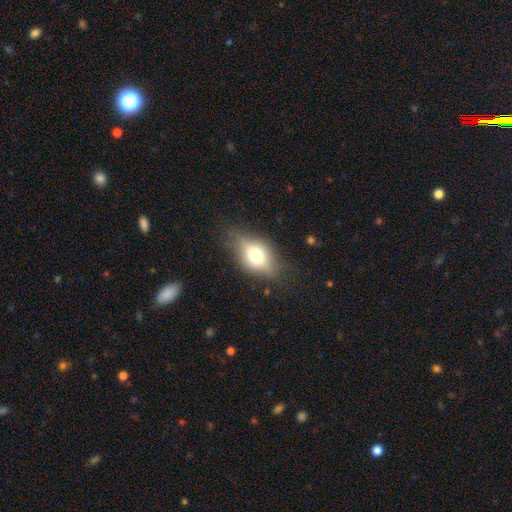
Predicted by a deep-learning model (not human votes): A smooth galaxy with no disk features (63%) that is in between round and cigar-shaped (77%). Merging: none (70%).